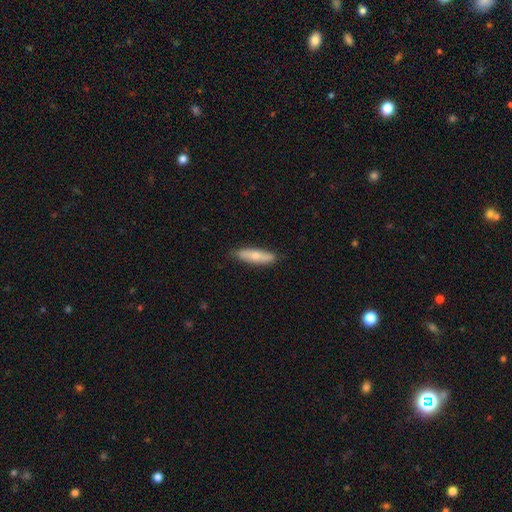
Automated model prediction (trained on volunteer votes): Smooth or featured? smooth (68%)
How rounded? cigar-shaped (67%)
Merging? none (84%)